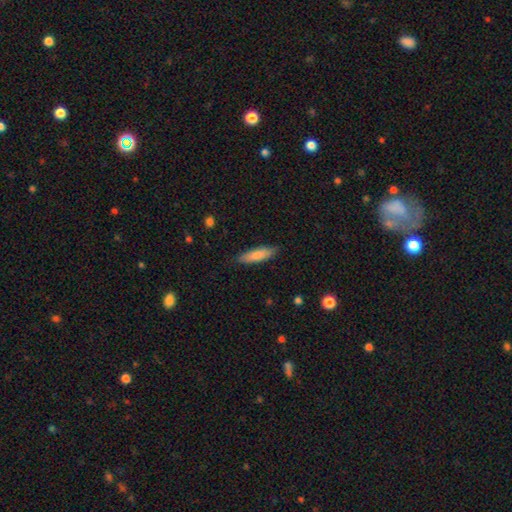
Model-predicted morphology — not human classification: Smooth or featured: smooth — 78% (featured or disk — 16%)
How rounded: cigar-shaped — 72% (in between — 27%)
Merging: none — 88% (minor disturbance — 10%)